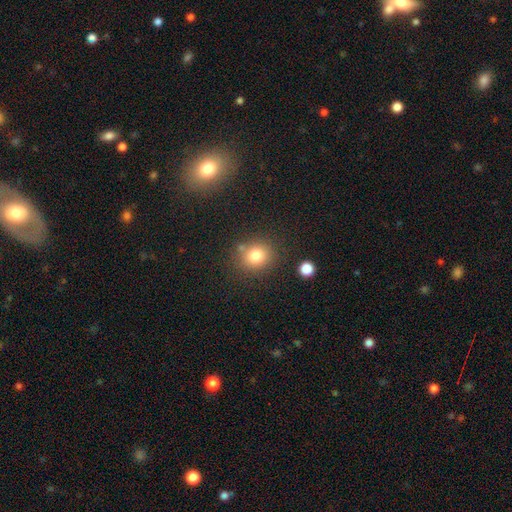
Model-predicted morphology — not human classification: Smooth or featured: smooth — 79% (star or artifact — 12%)
How rounded: round — 77% (in between — 22%)
Merging: none — 78% (minor disturbance — 11%)